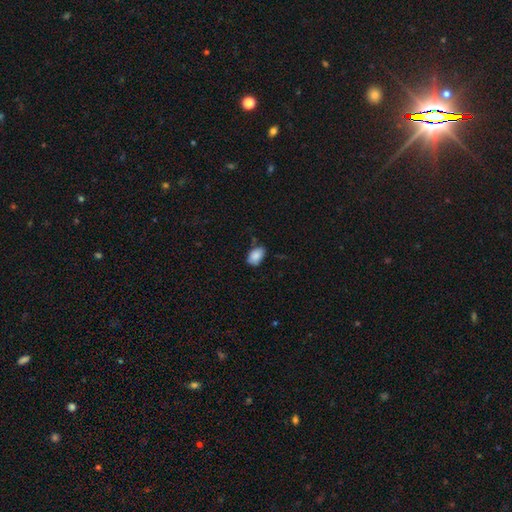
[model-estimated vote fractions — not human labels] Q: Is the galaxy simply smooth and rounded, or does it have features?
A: smooth — 87%.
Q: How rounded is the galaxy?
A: in between — 89%.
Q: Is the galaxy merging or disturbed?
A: none — 67%.